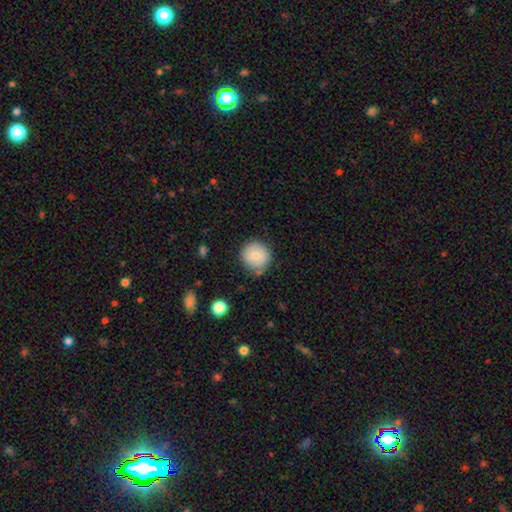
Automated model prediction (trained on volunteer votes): Q: Smooth or featured?
A: smooth (74%); runner-up: featured or disk (18%)
Q: How rounded?
A: round (92%); runner-up: in between (7%)
Q: Merging?
A: none (75%); runner-up: minor disturbance (18%)